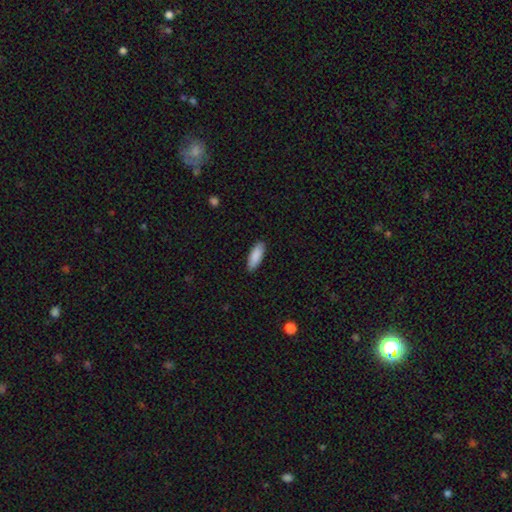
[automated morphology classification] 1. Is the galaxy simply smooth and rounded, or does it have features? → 90% smooth, 5% star or artifact, 5% featured or disk.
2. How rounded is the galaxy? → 68% in between, 30% cigar-shaped, 2% round.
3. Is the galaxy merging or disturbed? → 88% none, 9% minor disturbance, 2% major disturbance, 1% merger.